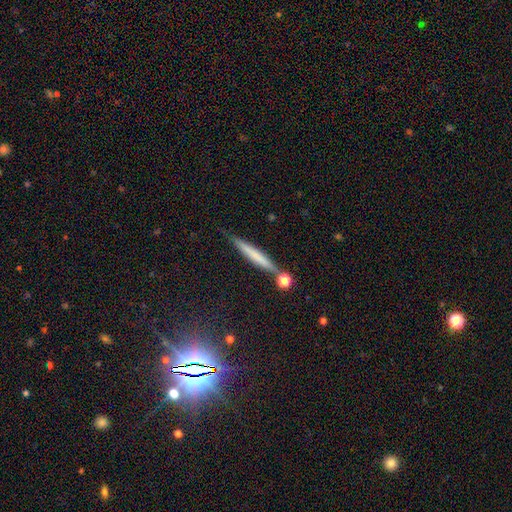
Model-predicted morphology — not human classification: Overall: smooth (57%; featured or disk 34%). How rounded: cigar-shaped (94%). Merging: none (77%).